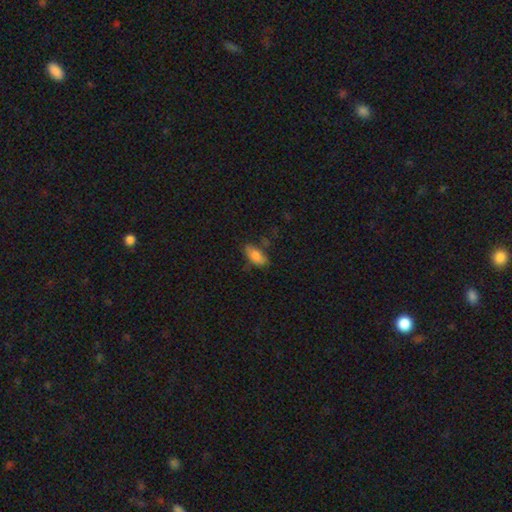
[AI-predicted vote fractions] The model was most divided on "merging": none: 67%, minor disturbance: 22%, major disturbance: 7%, merger: 4%. More confident: how rounded — in between (88%); smooth or featured — smooth (81%).